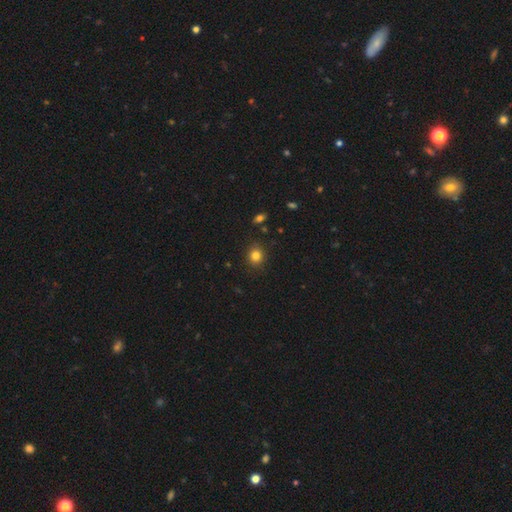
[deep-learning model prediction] A smooth galaxy with no disk features (82%) that is round (81%).

Vote fractions:
- Smooth or featured? smooth: 82% / star or artifact: 12% / featured or disk: 6%
- How rounded? round: 81% / in between: 18% / cigar-shaped: 1%
- Merging? none: 88% / minor disturbance: 8% / major disturbance: 2% / merger: 2%